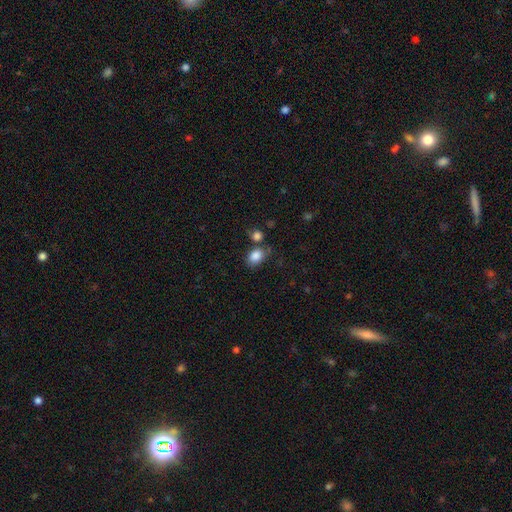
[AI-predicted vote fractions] Q: Smooth or featured?
A: smooth (85%); runner-up: star or artifact (9%)
Q: How rounded?
A: in between (68%); runner-up: round (31%)
Q: Merging?
A: none (63%); runner-up: minor disturbance (17%)